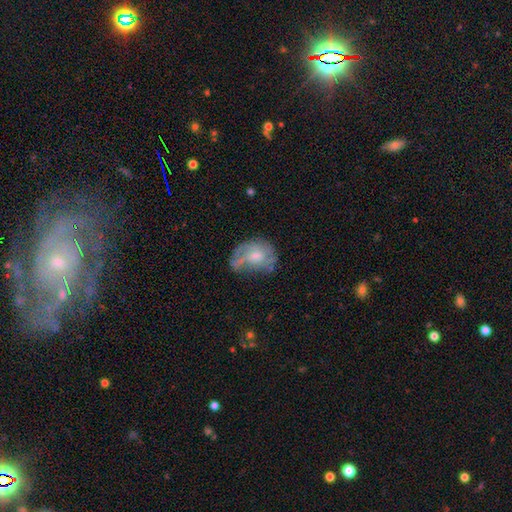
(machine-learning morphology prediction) Smooth or featured: featured or disk — 55% (smooth — 37%)
Edge-on disk: no — 97% (yes — 3%)
Bar: no — 68% (weak — 28%)
Spiral arms: yes — 62% (no — 38%)
Bulge size: small — 54% (moderate — 37%)
Merging: none — 42% (minor disturbance — 29%)